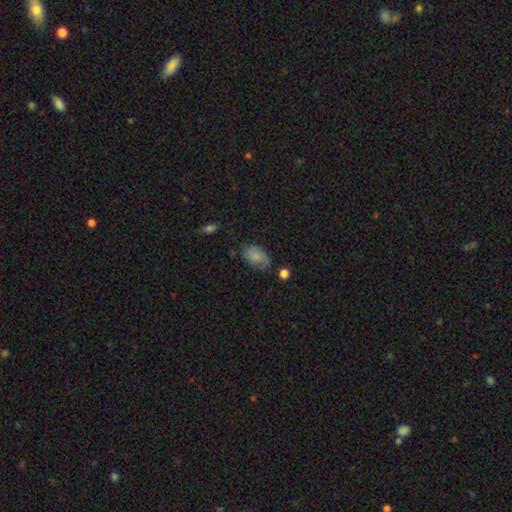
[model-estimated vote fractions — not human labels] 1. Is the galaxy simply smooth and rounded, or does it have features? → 76% smooth, 15% featured or disk, 9% star or artifact.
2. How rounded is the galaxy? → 88% in between, 10% round, 2% cigar-shaped.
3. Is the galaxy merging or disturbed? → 60% none, 28% minor disturbance, 8% major disturbance, 3% merger.